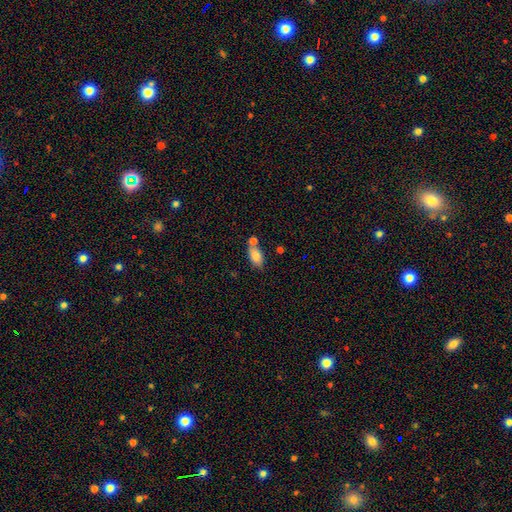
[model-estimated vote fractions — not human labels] A smooth galaxy with no disk features (83%) that is in between round and cigar-shaped (88%). Merging: none (52%).